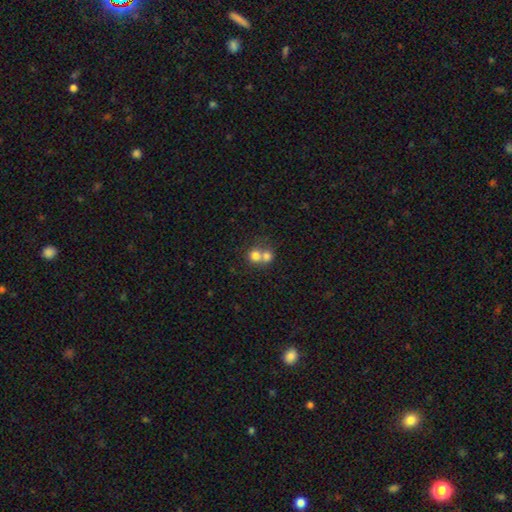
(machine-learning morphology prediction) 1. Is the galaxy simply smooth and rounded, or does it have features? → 75% smooth, 14% featured or disk, 11% star or artifact.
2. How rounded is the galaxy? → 83% round, 16% in between, 1% cigar-shaped.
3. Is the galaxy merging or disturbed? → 62% merger, 31% none, 5% minor disturbance, 2% major disturbance.